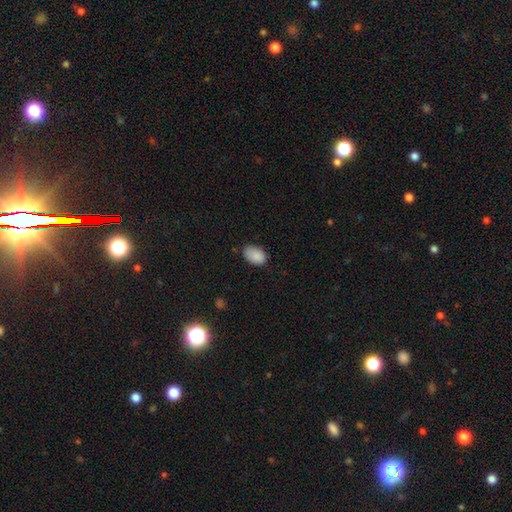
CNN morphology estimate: smooth_or_featured: smooth (p=0.88) [alt: star or artifact p=0.07]
how_rounded: in between (p=0.88) [alt: round p=0.10]
merging: none (p=0.72) [alt: minor disturbance p=0.23]